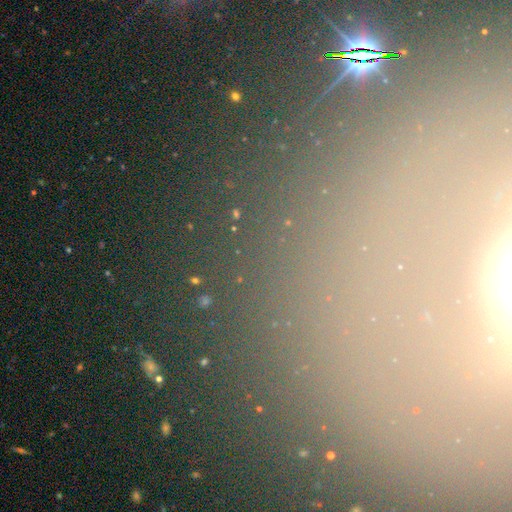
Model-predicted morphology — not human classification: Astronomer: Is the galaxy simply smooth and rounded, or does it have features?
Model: star or artifact — 75%.